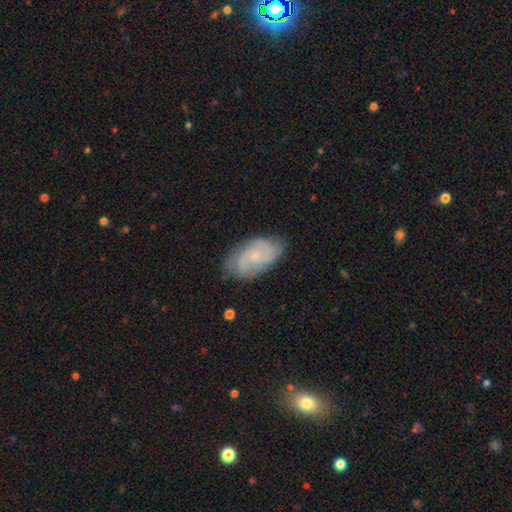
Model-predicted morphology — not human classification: smooth_or_featured: featured or disk (p=0.69) [alt: smooth p=0.24]
disk_edge_on: no (p=0.96) [alt: yes p=0.04]
bar: no (p=0.63) [alt: weak p=0.33]
has_spiral_arms: yes (p=0.92) [alt: no p=0.08]
spiral_winding: medium (p=0.45) [alt: tight p=0.37]
spiral_arm_count: 2 (p=0.55) [alt: can't tell p=0.21]
bulge_size: small (p=0.69) [alt: moderate p=0.20]
merging: none (p=0.76) [alt: minor disturbance p=0.18]